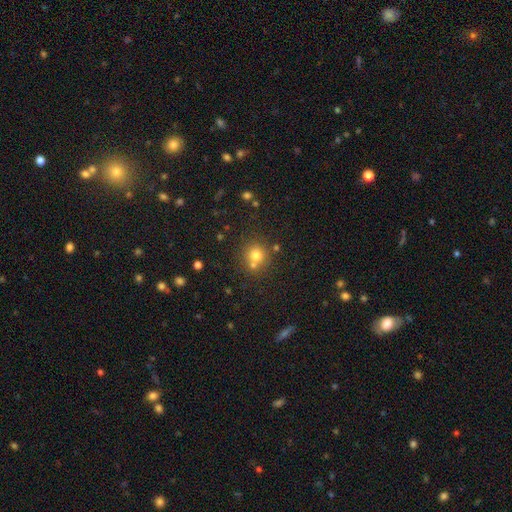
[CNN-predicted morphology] Smooth or featured? smooth (74%)
How rounded? round (89%)
Merging? none (62%)